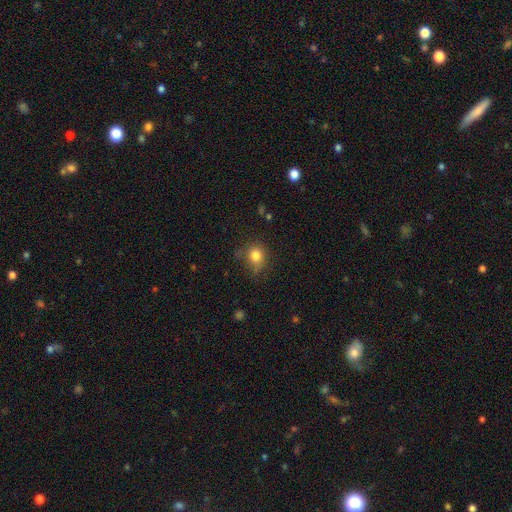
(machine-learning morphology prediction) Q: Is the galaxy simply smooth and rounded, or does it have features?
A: smooth — 81%.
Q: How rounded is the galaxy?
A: round — 77%.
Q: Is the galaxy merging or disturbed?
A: none — 69%.